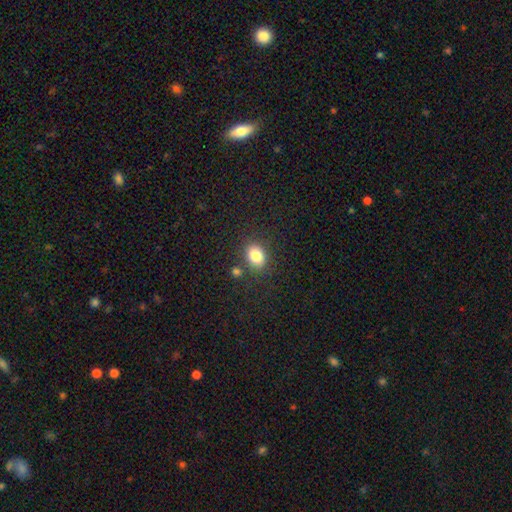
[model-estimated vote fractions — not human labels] This is clearly a smooth galaxy (83%). How rounded: likely in between (66%). Merging: likely none (77%).